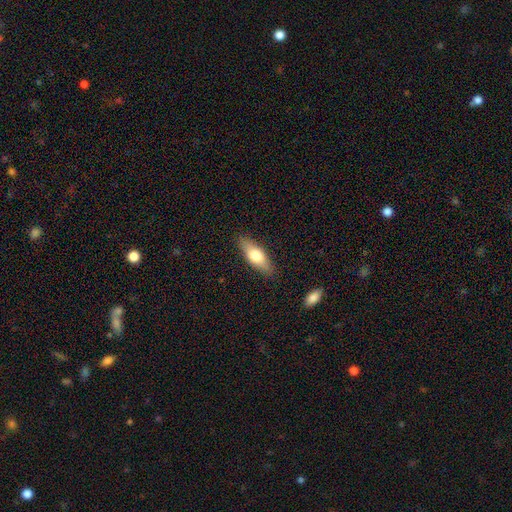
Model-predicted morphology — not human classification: This is likely a smooth galaxy (62%). How rounded: likely in between (61%). Merging: clearly none (87%).